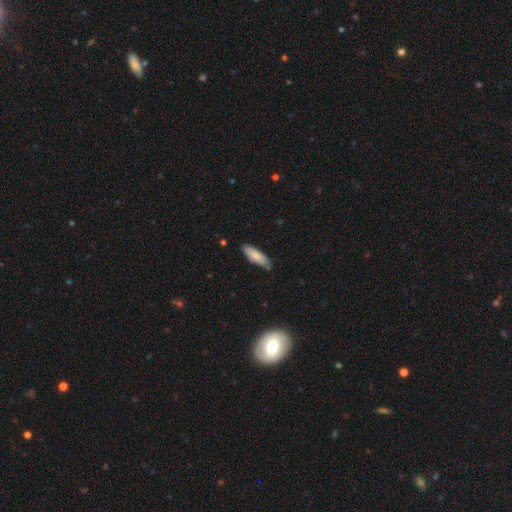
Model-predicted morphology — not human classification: The model was most divided on "how rounded": cigar-shaped: 59%, in between: 40%, round: 1%. More confident: merging — none (80%); smooth or featured — smooth (80%).